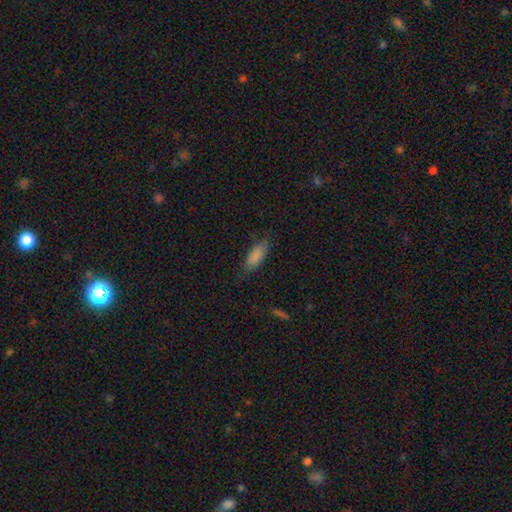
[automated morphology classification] Smooth or featured?
  - smooth: 85% *
  - featured or disk: 8%
  - star or artifact: 7%
How rounded?
  - in between: 69% *
  - cigar-shaped: 29%
  - round: 2%
Merging?
  - none: 76% *
  - minor disturbance: 19%
  - major disturbance: 4%
  - merger: 1%